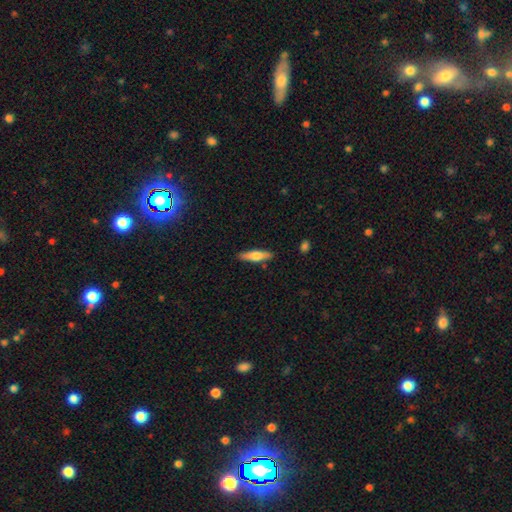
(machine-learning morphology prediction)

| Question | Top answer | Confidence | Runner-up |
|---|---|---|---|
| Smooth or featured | smooth | 64% | featured or disk (30%) |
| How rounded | cigar-shaped | 71% | in between (28%) |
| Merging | none | 86% | minor disturbance (10%) |